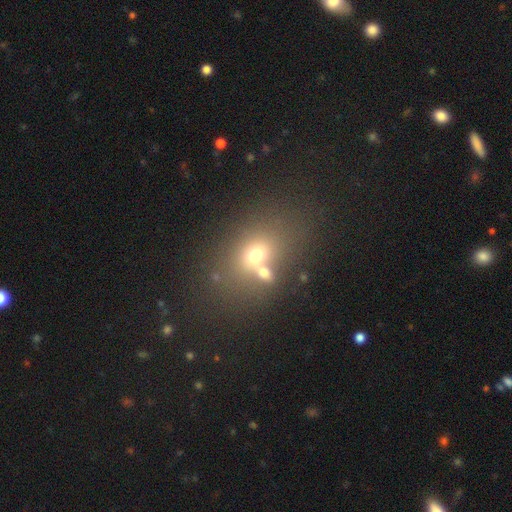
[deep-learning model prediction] The model was most divided on "merging": none: 44%, merger: 39%, minor disturbance: 10%, major disturbance: 6%. More confident: how rounded — in between (63%); smooth or featured — smooth (60%).